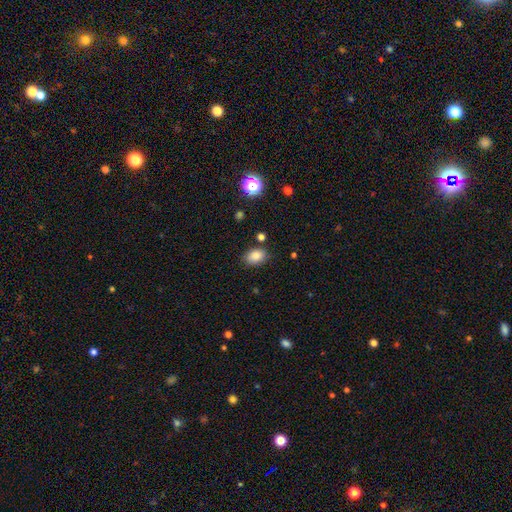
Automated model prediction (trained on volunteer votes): Smooth or featured? Predicted: smooth (p=0.83). How rounded? Predicted: in between (p=0.79). Merging? Predicted: none (p=0.82).